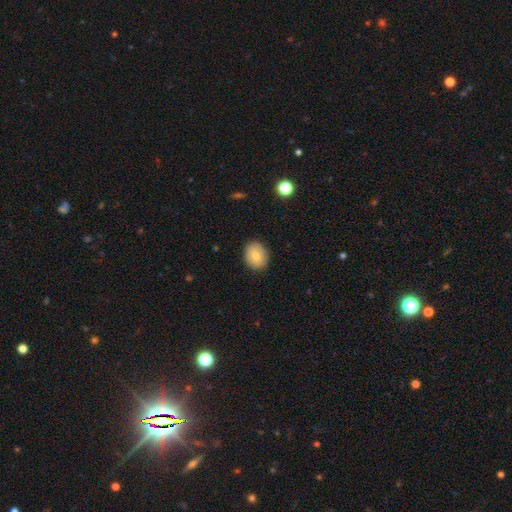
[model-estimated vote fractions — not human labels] The model was most divided on "how rounded": round: 52%, in between: 47%, cigar-shaped: 1%. More confident: merging — none (87%); smooth or featured — smooth (75%).